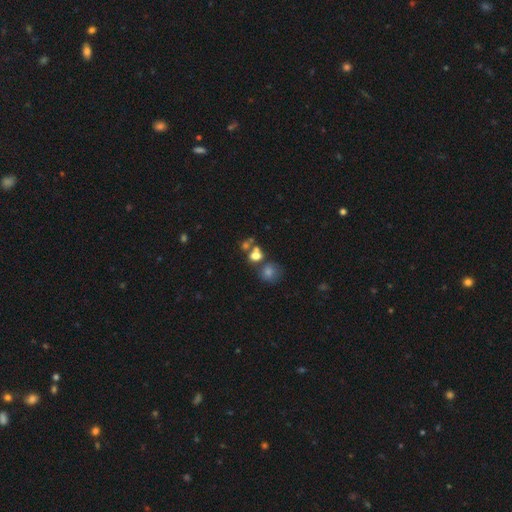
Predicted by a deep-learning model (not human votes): The model was most divided on "merging": merger: 45%, none: 35%, minor disturbance: 11%, major disturbance: 9%. More confident: smooth or featured — smooth (67%); how rounded — round (58%).